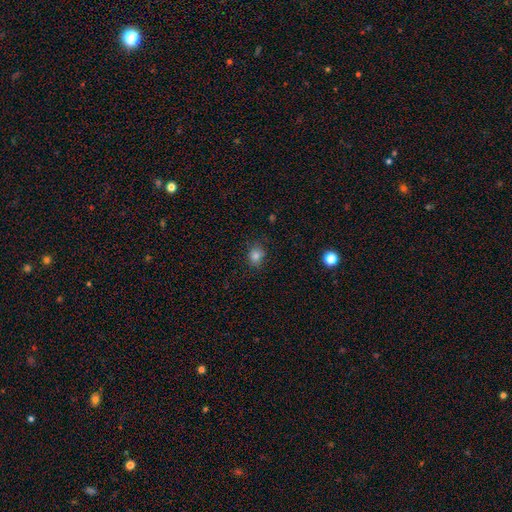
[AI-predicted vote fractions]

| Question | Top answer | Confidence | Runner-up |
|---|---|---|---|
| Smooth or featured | smooth | 81% | star or artifact (13%) |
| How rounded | round | 61% | in between (38%) |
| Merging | none | 78% | minor disturbance (16%) |